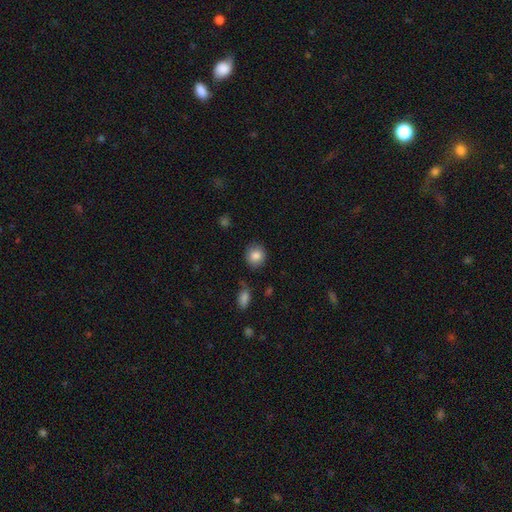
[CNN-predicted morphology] This is clearly a smooth galaxy (85%). How rounded: clearly round (82%). Merging: clearly none (85%).